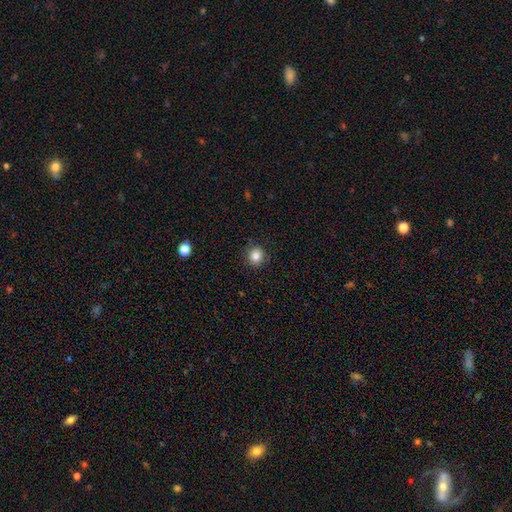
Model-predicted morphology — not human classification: Smooth or featured? smooth (84%)
How rounded? round (88%)
Merging? none (88%)